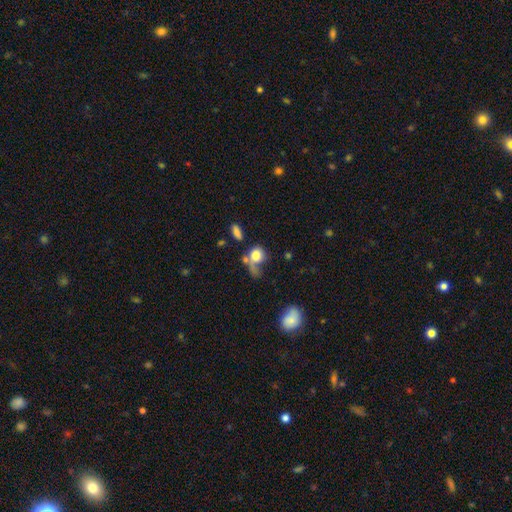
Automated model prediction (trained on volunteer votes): The model was most divided on "merging": none: 30%, major disturbance: 28%, merger: 25%, minor disturbance: 17%. More confident: smooth or featured — smooth (75%); how rounded — round (64%).